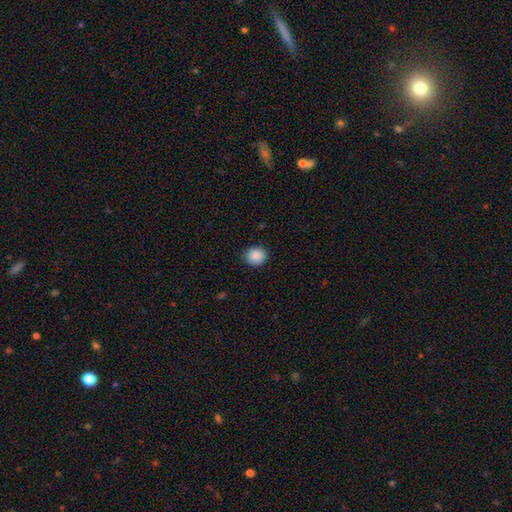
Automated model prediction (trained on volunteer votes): Smooth or featured? smooth (89%)
How rounded? round (81%)
Merging? none (87%)